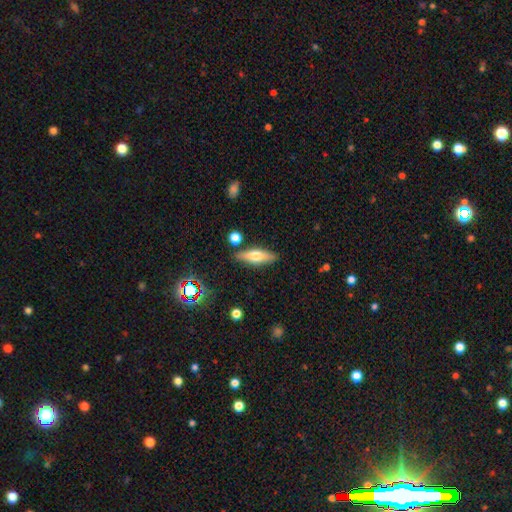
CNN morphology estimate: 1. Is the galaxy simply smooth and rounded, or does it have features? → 53% smooth, 39% featured or disk, 8% star or artifact.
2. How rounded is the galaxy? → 53% cigar-shaped, 44% in between, 3% round.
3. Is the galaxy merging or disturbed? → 84% none, 10% minor disturbance, 4% merger, 2% major disturbance.